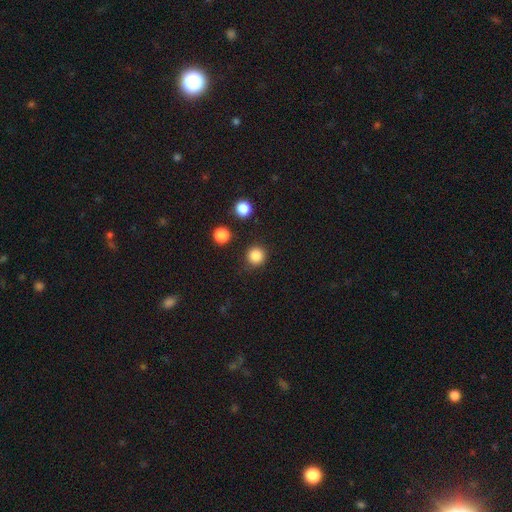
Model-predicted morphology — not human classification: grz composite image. It shows a smooth galaxy with no disk features (85%) that is round (94%). Merging: none (87%).